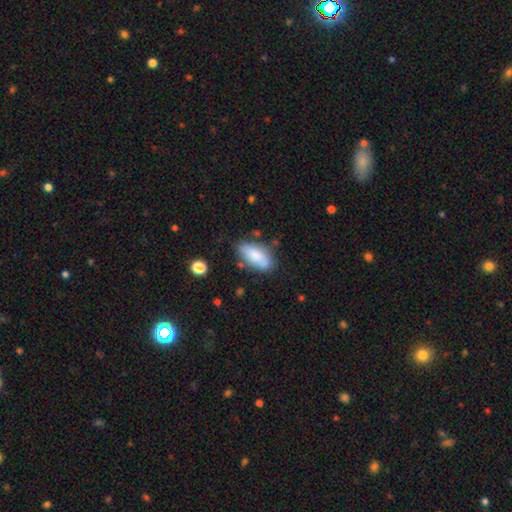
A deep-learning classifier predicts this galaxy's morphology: Overall: smooth (80%). How rounded: in between (84%). Merging: none (71%).